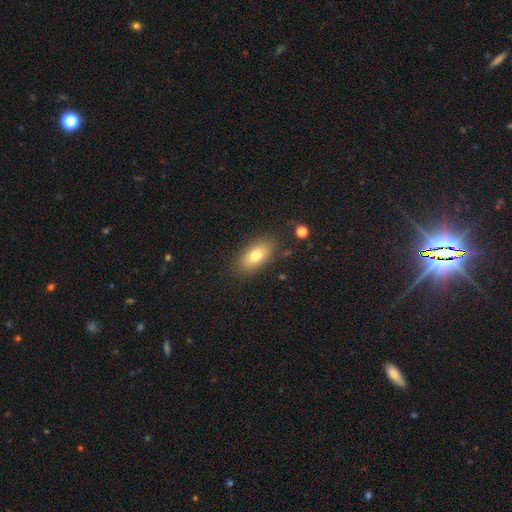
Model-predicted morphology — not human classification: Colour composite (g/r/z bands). It shows a smooth galaxy with no disk features (76%) that is in between round and cigar-shaped (88%). Merging: none (83%).